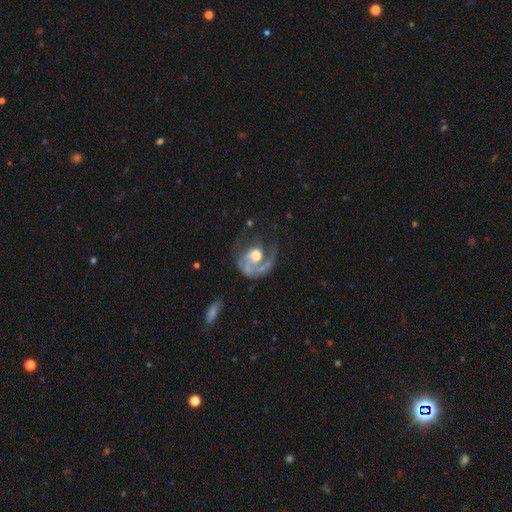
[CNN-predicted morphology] Smooth or featured: featured or disk — 84% (smooth — 11%)
Edge-on disk: no — 98% (yes — 2%)
Bar: no — 68% (weak — 26%)
Spiral arms: yes — 92% (no — 8%)
Spiral winding: medium — 39% (tight — 34%)
Spiral arm count: 1 — 81% (2 — 10%)
Bulge size: moderate — 54% (large — 23%)
Merging: none — 41% (major disturbance — 37%)